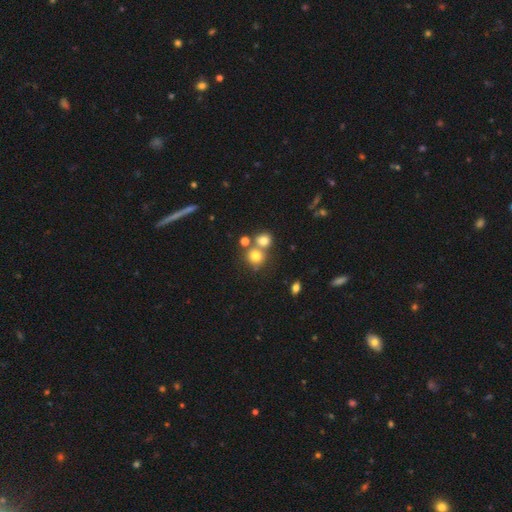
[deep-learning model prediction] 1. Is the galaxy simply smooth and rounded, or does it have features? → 75% smooth, 15% star or artifact, 10% featured or disk.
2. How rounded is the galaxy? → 84% round, 15% in between, 1% cigar-shaped.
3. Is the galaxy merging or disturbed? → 55% none, 33% merger, 9% minor disturbance, 4% major disturbance.